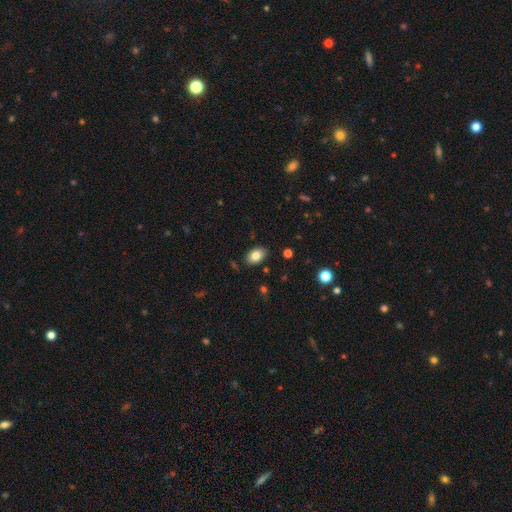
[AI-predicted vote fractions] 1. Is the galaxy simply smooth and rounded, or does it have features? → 83% smooth, 9% featured or disk, 8% star or artifact.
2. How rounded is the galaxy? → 87% in between, 12% round, 1% cigar-shaped.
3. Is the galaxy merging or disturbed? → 86% none, 10% minor disturbance, 2% major disturbance, 2% merger.